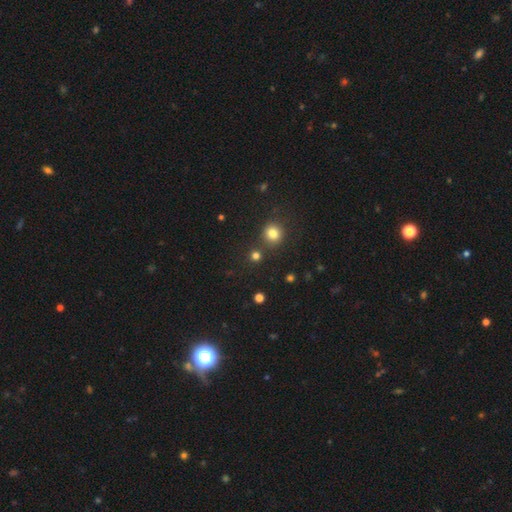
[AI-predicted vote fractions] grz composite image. It shows a smooth galaxy with no disk features (76%) that is round (91%). Merging: none (79%).